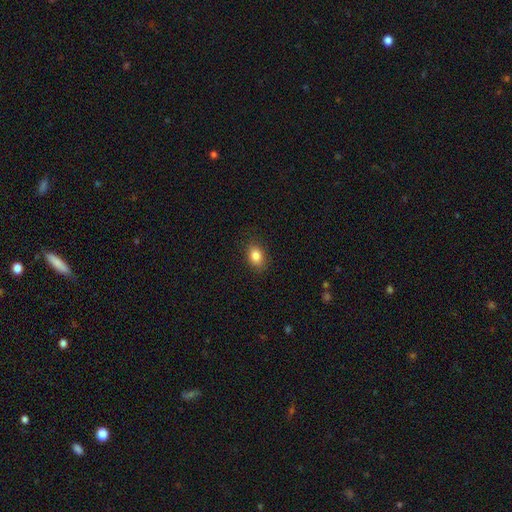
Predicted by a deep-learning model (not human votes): Smooth or featured? smooth (85%)
How rounded? in between (75%)
Merging? none (86%)